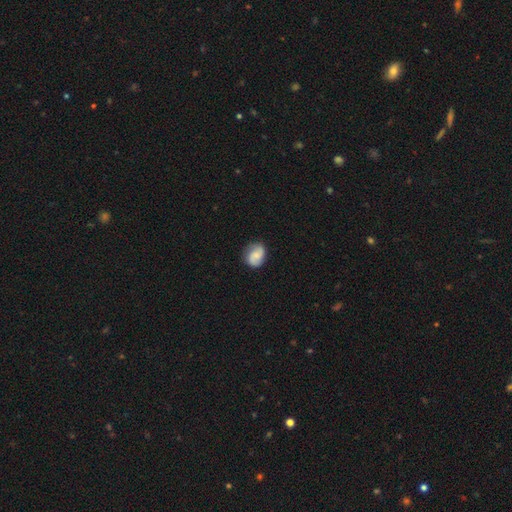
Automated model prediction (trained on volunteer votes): Smooth or featured?
  - featured or disk: 50% *
  - smooth: 43%
  - star or artifact: 7%
Edge-on disk?
  - no: 98% *
  - yes: 2%
Merging?
  - none: 78% *
  - minor disturbance: 17%
  - major disturbance: 4%
  - merger: 1%